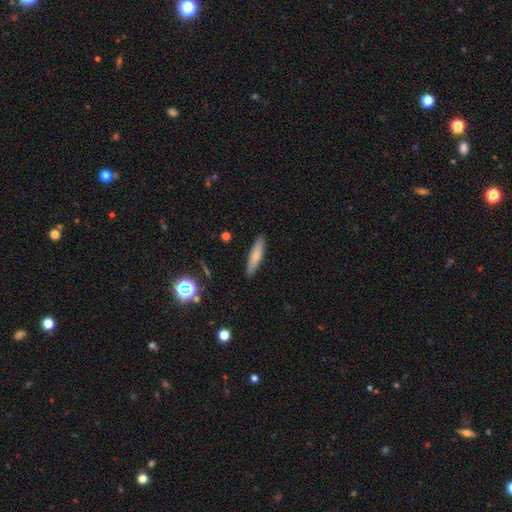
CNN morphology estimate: smooth 76%, featured or disk 17%, star or artifact 7%. Down the decision tree: how rounded — cigar-shaped (76%); merging — none (89%).